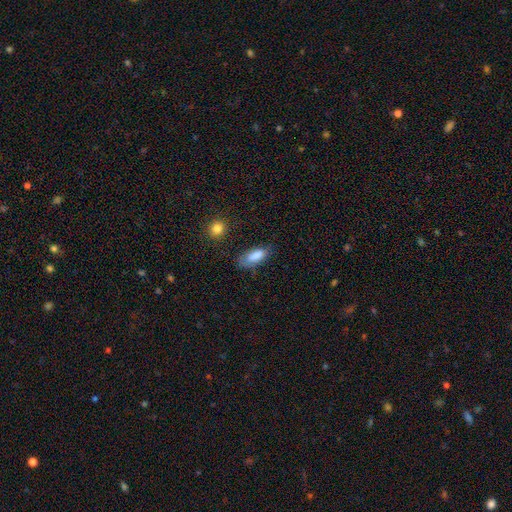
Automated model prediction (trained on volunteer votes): smooth-or-featured: smooth: 83% | featured or disk: 10% | star or artifact: 8%
  how-rounded: in between: 81% | cigar-shaped: 17% | round: 2%
  merging: none: 65% | minor disturbance: 25% | major disturbance: 7% | merger: 3%